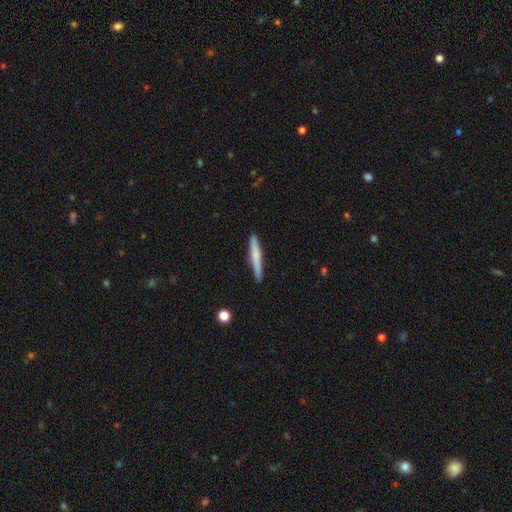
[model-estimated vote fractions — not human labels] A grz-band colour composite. It shows a smooth galaxy with no disk features (61%) that is cigar-shaped (95%). Merging: none (90%).